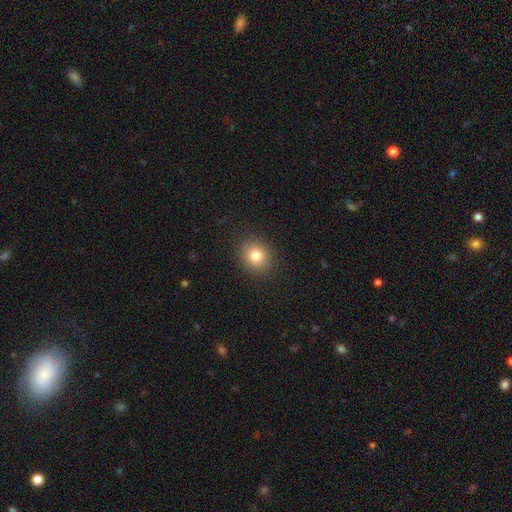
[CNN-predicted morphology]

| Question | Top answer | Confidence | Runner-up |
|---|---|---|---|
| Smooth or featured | smooth | 80% | star or artifact (12%) |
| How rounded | round | 76% | in between (23%) |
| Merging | none | 90% | minor disturbance (7%) |